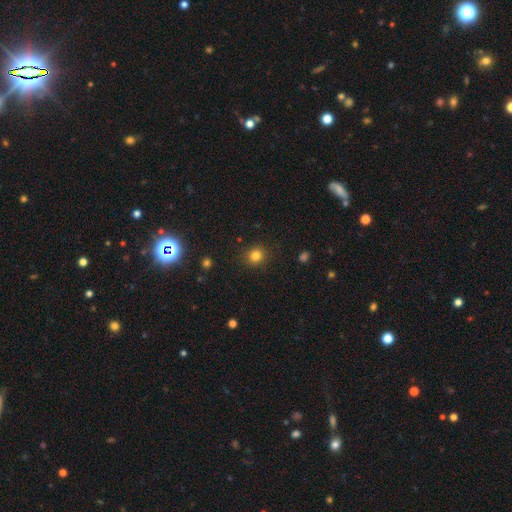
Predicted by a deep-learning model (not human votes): smooth-or-featured: smooth: 81% | star or artifact: 14% | featured or disk: 5%
  how-rounded: round: 87% | in between: 12% | cigar-shaped: 1%
  merging: none: 89% | minor disturbance: 7% | major disturbance: 2% | merger: 1%